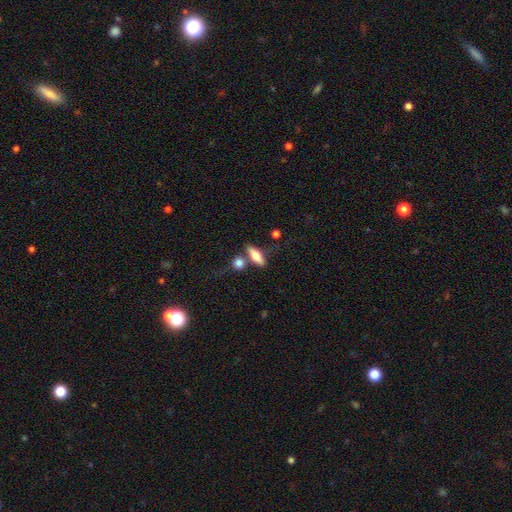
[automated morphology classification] This appears to be a smooth galaxy with no disk features (59%) that is in between round and cigar-shaped (57%). Merging: none (59%).